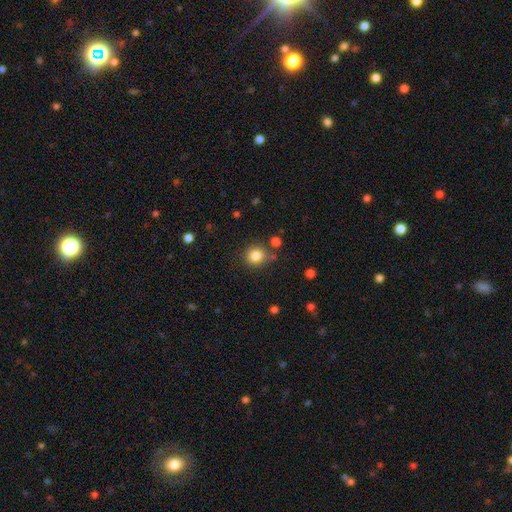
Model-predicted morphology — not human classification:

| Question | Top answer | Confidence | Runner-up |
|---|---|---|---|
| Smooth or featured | smooth | 83% | star or artifact (11%) |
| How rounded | round | 91% | in between (8%) |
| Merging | none | 80% | minor disturbance (10%) |